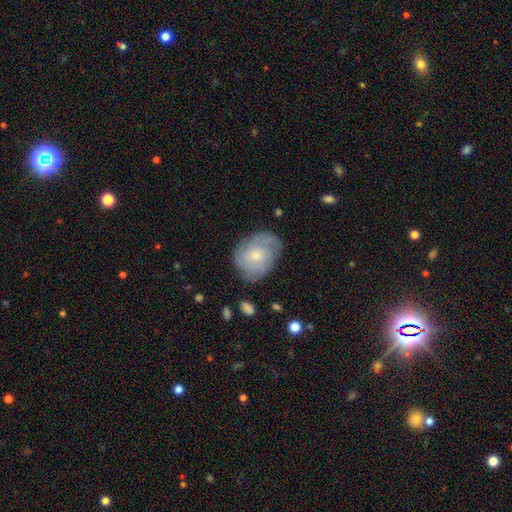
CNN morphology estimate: Q: Smooth or featured?
A: featured or disk (58%); runner-up: smooth (35%)
Q: Edge-on disk?
A: no (97%); runner-up: yes (3%)
Q: Bar?
A: no (76%); runner-up: weak (22%)
Q: Spiral arms?
A: yes (84%); runner-up: no (16%)
Q: Bulge size?
A: small (59%); runner-up: moderate (36%)
Q: Merging?
A: none (68%); runner-up: minor disturbance (23%)